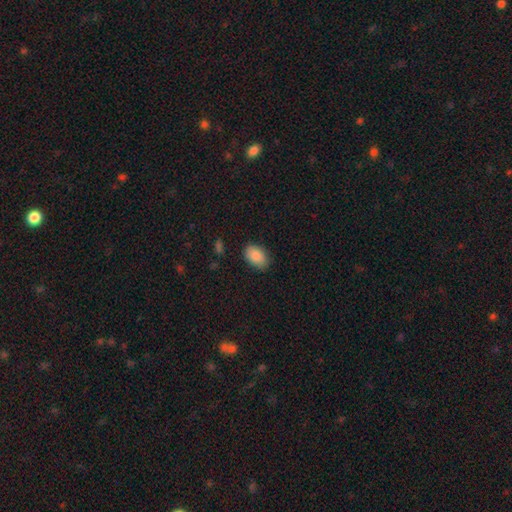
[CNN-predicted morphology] smooth 88%, star or artifact 7%, featured or disk 5%. Down the decision tree: how rounded — in between (89%); merging — none (82%).